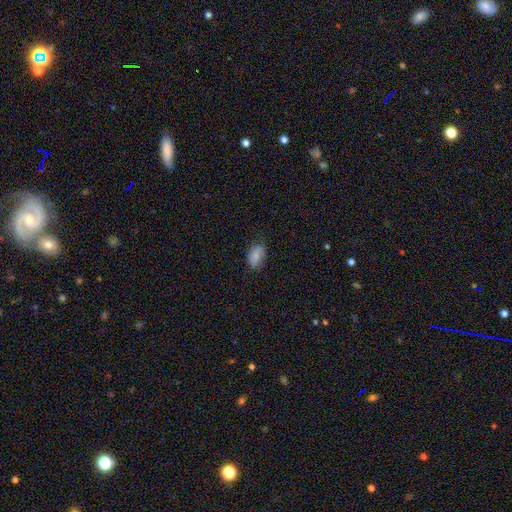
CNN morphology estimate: Overall: smooth (79%). How rounded: in between (89%). Merging: none (70%).